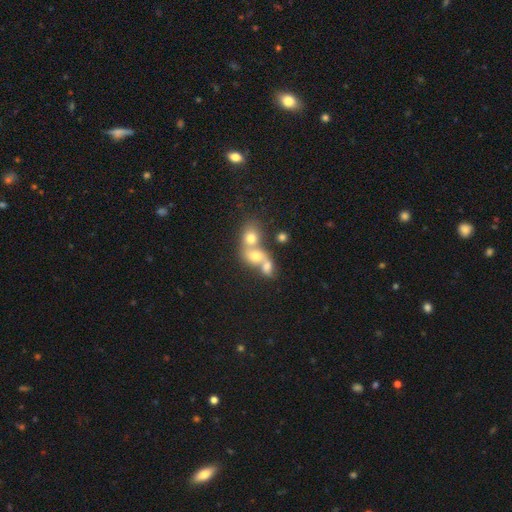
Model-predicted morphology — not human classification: Smooth or featured: smooth — 54% (featured or disk — 29%)
How rounded: round — 57% (in between — 40%)
Merging: merger — 71% (none — 19%)